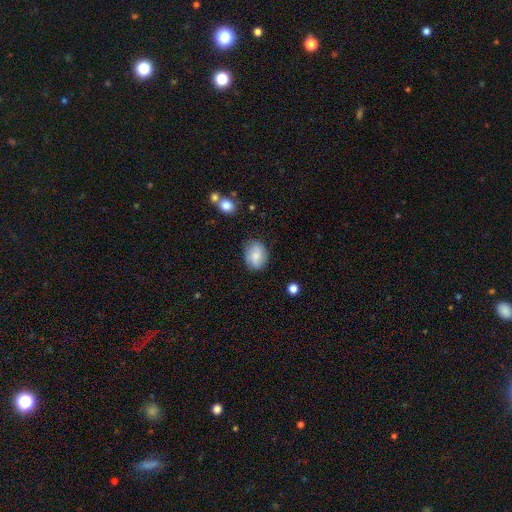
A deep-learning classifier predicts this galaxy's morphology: smooth-or-featured: smooth: 64% | featured or disk: 28% | star or artifact: 8%
  how-rounded: in between: 56% | round: 42% | cigar-shaped: 1%
  merging: none: 79% | minor disturbance: 15% | major disturbance: 4% | merger: 2%